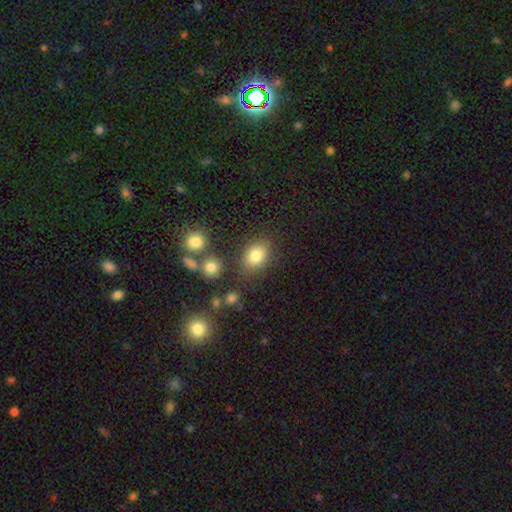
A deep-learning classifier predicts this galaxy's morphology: Smooth or featured?
  - smooth: 79% *
  - star or artifact: 12%
  - featured or disk: 8%
How rounded?
  - in between: 62% *
  - round: 36%
  - cigar-shaped: 1%
Merging?
  - none: 75% *
  - minor disturbance: 13%
  - merger: 7%
  - major disturbance: 5%